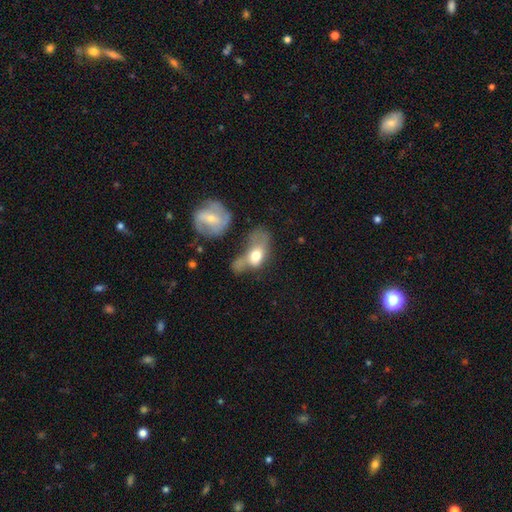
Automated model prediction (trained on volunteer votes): Smooth or featured: smooth — 56% (featured or disk — 35%)
How rounded: in between — 77% (round — 19%)
Merging: major disturbance — 35% (merger — 32%)